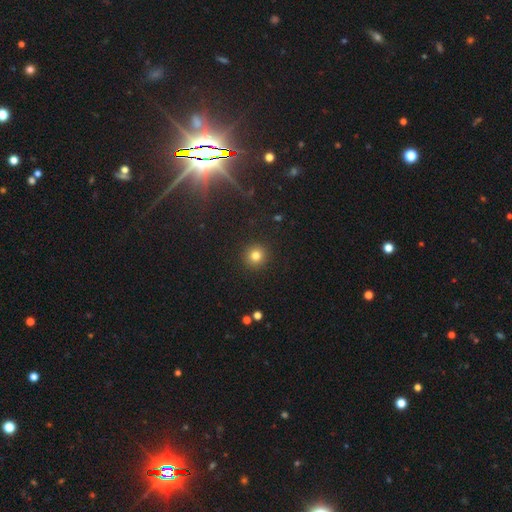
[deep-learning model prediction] This appears to be a smooth galaxy with no disk features (81%) that is round (94%). Merging: none (92%).